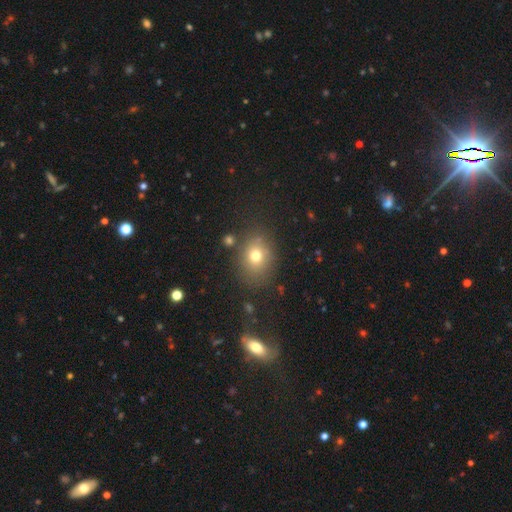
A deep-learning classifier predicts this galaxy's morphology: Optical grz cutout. It shows a smooth galaxy with no disk features (73%) that is round (57%). Merging: none (75%).